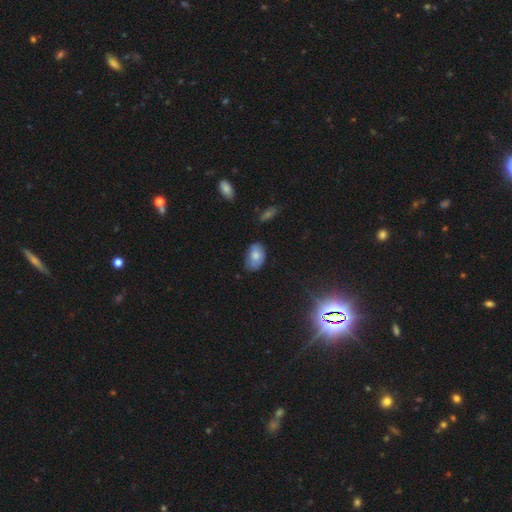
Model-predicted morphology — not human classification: A smooth galaxy with no disk features (75%) that is in between round and cigar-shaped (89%).

Vote fractions:
- Smooth or featured? smooth: 75% / featured or disk: 16% / star or artifact: 10%
- How rounded? in between: 89% / round: 10% / cigar-shaped: 1%
- Merging? none: 65% / minor disturbance: 28% / major disturbance: 5% / merger: 2%